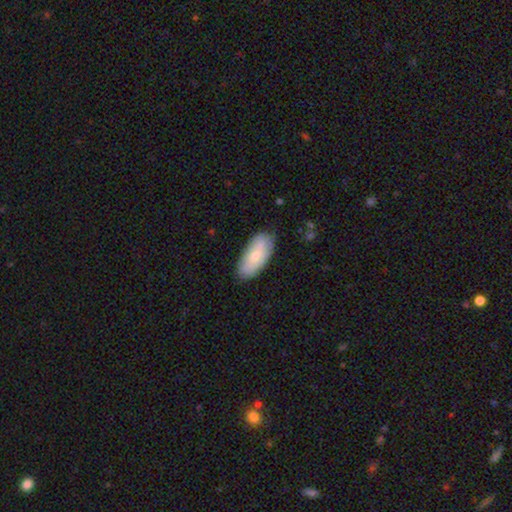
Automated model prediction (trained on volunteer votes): The model was most divided on "smooth or featured": smooth: 68%, featured or disk: 27%, star or artifact: 6%. More confident: how rounded — in between (89%); merging — none (80%).